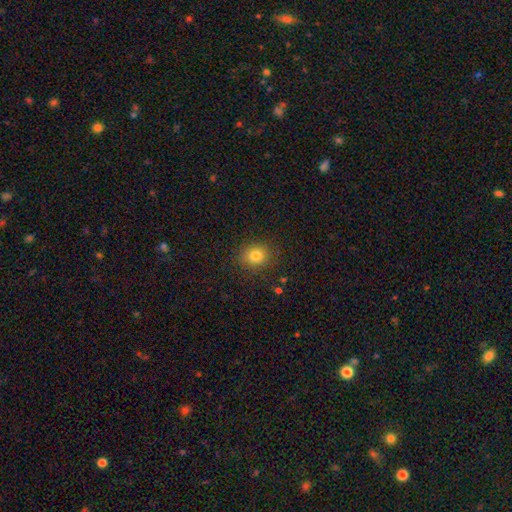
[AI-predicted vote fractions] smooth-or-featured: smooth: 80% | star or artifact: 13% | featured or disk: 8%
  how-rounded: round: 69% | in between: 30% | cigar-shaped: 1%
  merging: none: 86% | minor disturbance: 9% | major disturbance: 3% | merger: 1%